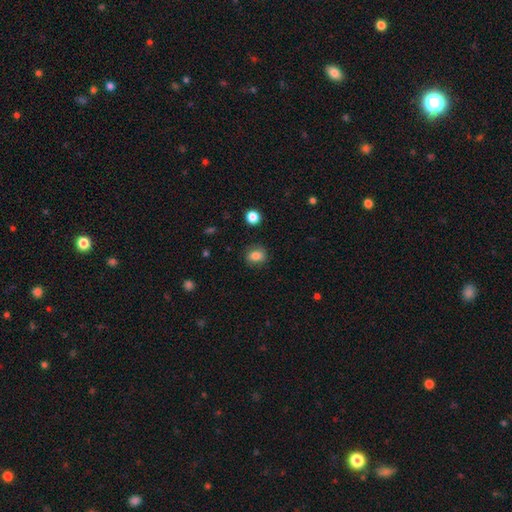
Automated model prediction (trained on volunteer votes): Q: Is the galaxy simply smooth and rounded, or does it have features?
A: smooth — 82%.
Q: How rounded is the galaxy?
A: round — 50%.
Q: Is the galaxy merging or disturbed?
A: none — 82%.